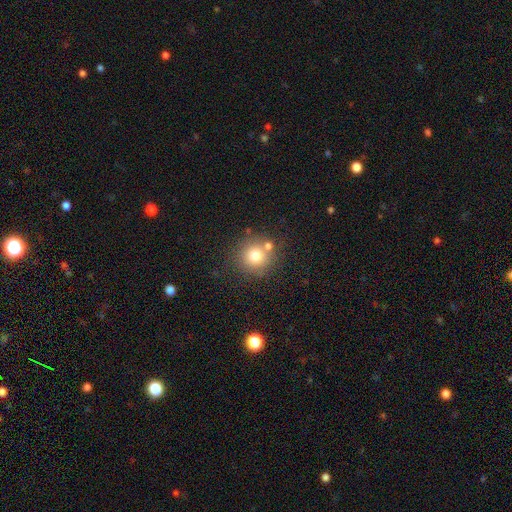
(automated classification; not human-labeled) This is likely a smooth galaxy (76%). How rounded: clearly round (91%). Merging: likely none (69%).